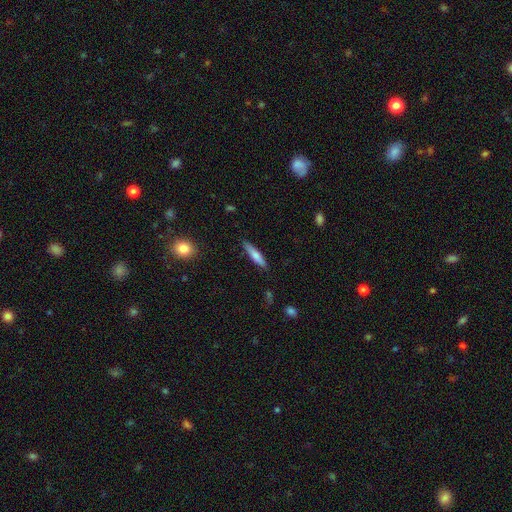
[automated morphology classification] Smooth or featured? Predicted: smooth (p=0.72). How rounded? Predicted: cigar-shaped (p=0.86). Merging? Predicted: none (p=0.86).